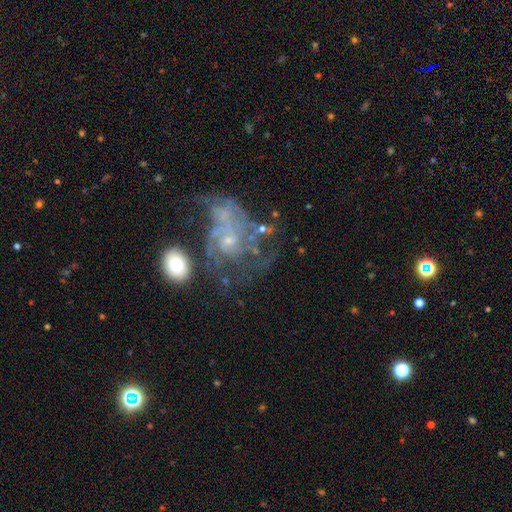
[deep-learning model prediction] This appears to be a featured or disk galaxy (69%) with no bar (79%), spiral arms (65%) and a small central bulge (62%). Merging: major disturbance (33%).